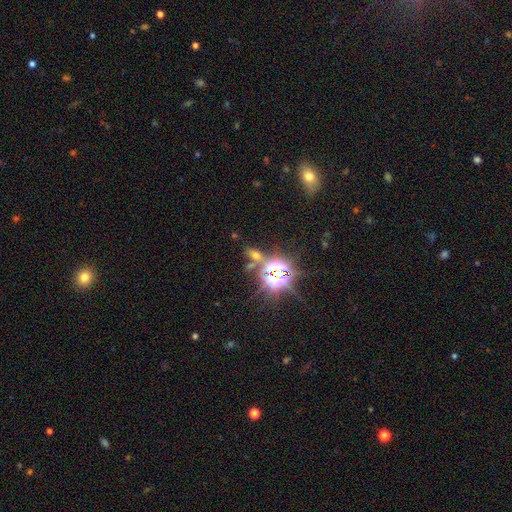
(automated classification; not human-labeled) Q: Smooth or featured?
A: star or artifact (55%); runner-up: smooth (33%)